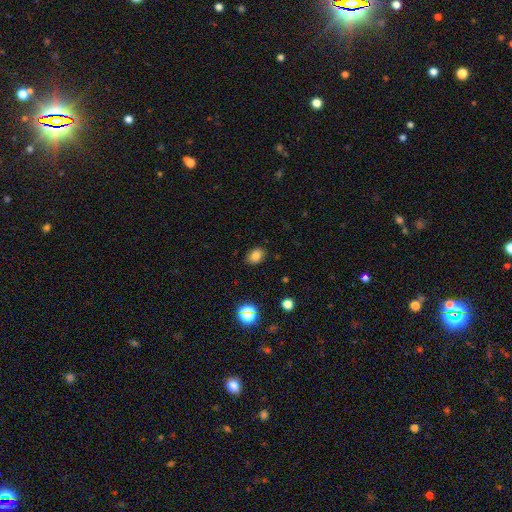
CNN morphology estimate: smooth_or_featured: smooth (p=0.81) [alt: star or artifact p=0.13]
how_rounded: in between (p=0.64) [alt: round p=0.35]
merging: none (p=0.86) [alt: minor disturbance p=0.11]